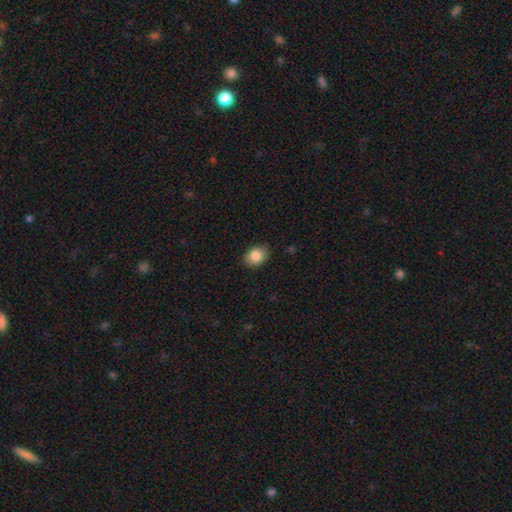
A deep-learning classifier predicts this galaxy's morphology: Smooth or featured: smooth — 85% (star or artifact — 8%)
How rounded: in between — 64% (round — 35%)
Merging: none — 85% (minor disturbance — 11%)